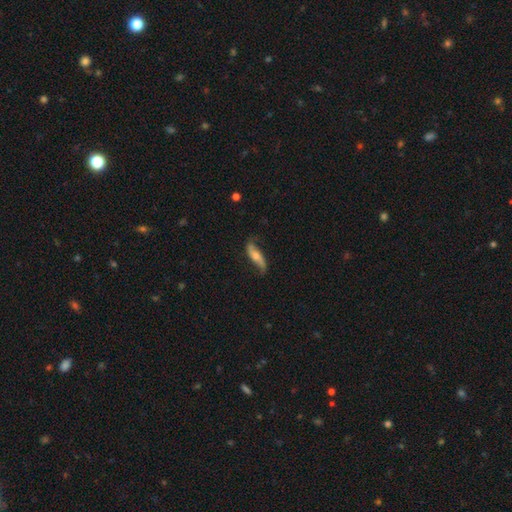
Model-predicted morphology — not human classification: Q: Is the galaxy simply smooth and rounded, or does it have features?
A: featured or disk — 62%.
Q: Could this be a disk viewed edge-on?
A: no — 69%.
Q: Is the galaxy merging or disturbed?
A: none — 70%.